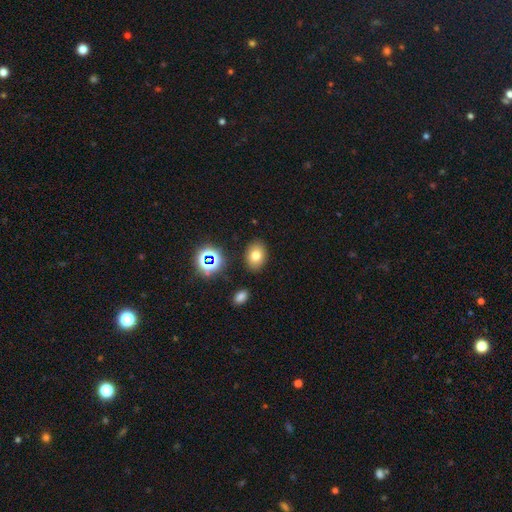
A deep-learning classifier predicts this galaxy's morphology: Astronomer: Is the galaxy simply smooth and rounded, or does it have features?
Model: smooth — 73%.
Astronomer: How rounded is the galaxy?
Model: in between — 71%.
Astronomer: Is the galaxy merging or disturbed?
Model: none — 86%.